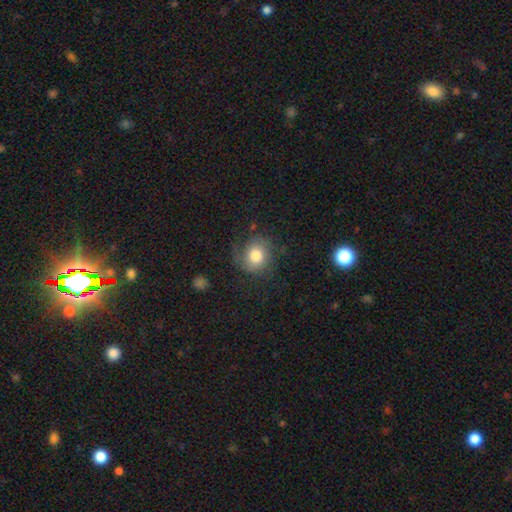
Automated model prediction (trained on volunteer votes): A smooth galaxy with no disk features (64%) that is round (73%).

Vote fractions:
- Smooth or featured? smooth: 64% / featured or disk: 27% / star or artifact: 9%
- How rounded? round: 73% / in between: 26% / cigar-shaped: 1%
- Merging? none: 63% / minor disturbance: 20% / major disturbance: 14% / merger: 2%